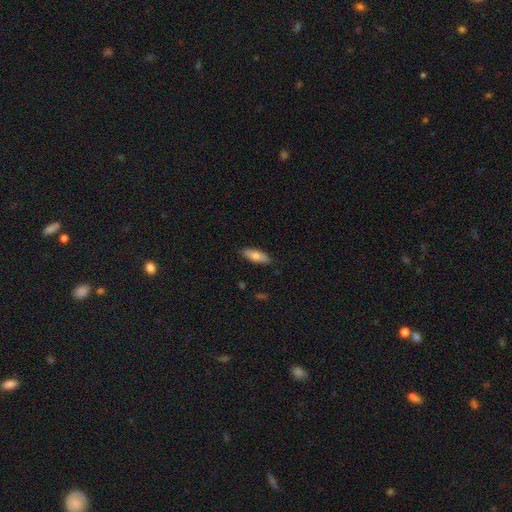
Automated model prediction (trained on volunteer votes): A smooth galaxy with no disk features (75%) that is in between round and cigar-shaped (65%).

Vote fractions:
- Smooth or featured? smooth: 75% / featured or disk: 19% / star or artifact: 6%
- How rounded? in between: 65% / cigar-shaped: 33% / round: 2%
- Merging? none: 87% / minor disturbance: 10% / major disturbance: 2% / merger: 1%